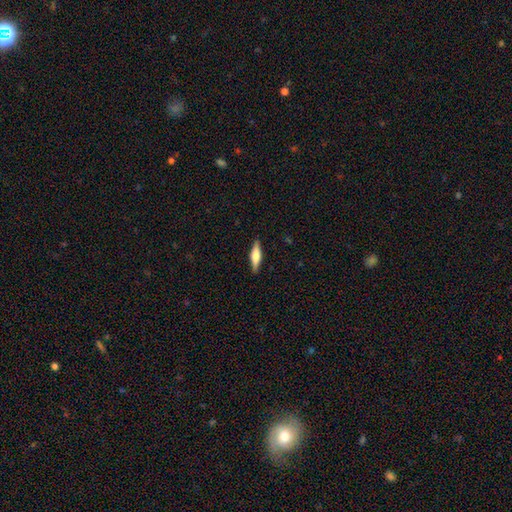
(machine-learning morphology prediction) type=smooth (50%); roundness=cigar-shaped (66%); merging=none (89%).